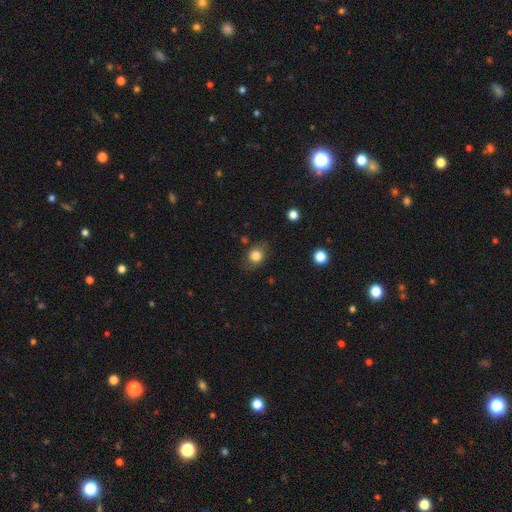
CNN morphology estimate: Smooth or featured: smooth — 80% (featured or disk — 11%)
How rounded: round — 53% (in between — 45%)
Merging: none — 76% (minor disturbance — 17%)